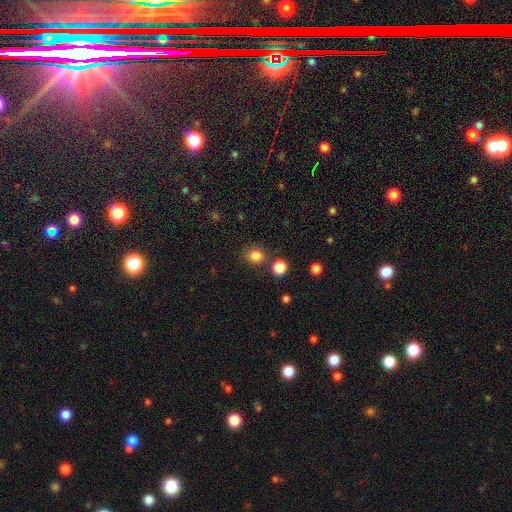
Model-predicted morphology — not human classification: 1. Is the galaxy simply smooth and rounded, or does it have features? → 82% smooth, 13% star or artifact, 5% featured or disk.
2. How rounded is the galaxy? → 77% round, 22% in between, 1% cigar-shaped.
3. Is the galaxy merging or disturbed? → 81% none, 10% minor disturbance, 6% merger, 3% major disturbance.